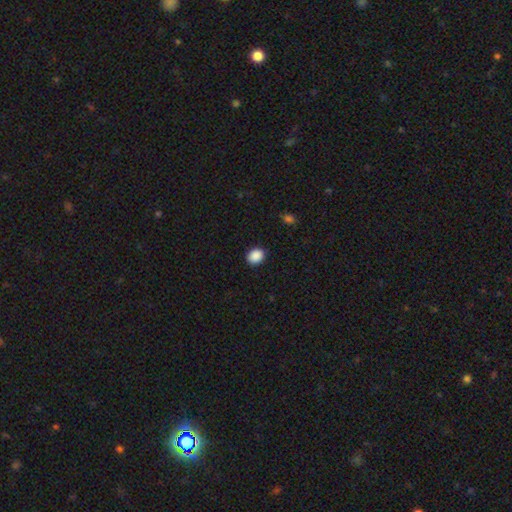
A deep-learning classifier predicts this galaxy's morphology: Smooth or featured: smooth — 89% (star or artifact — 8%)
How rounded: round — 56% (in between — 43%)
Merging: none — 89% (minor disturbance — 8%)